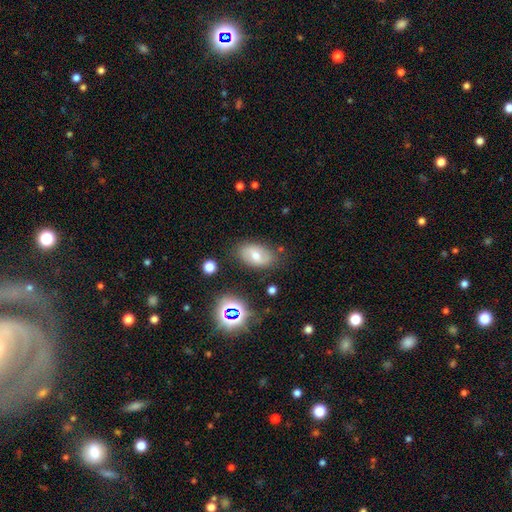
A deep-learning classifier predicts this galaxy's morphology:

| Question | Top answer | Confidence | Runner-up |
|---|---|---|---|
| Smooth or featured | smooth | 55% | featured or disk (34%) |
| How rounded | in between | 90% | round (8%) |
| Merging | none | 78% | minor disturbance (15%) |